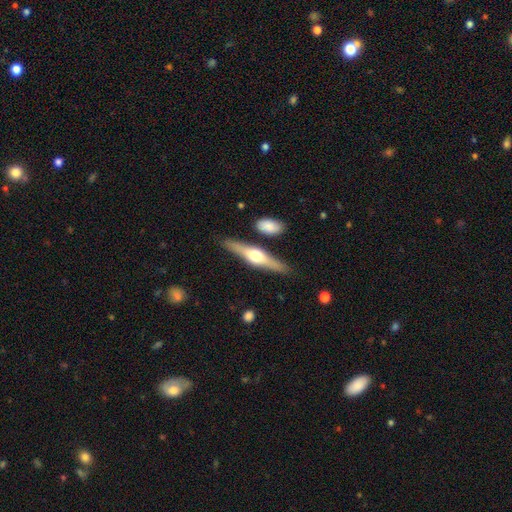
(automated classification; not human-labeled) Overall: featured or disk (65%; smooth 30%). Edge-on disk: yes (96%). Edge-on bulge: rounded (93%). Merging: none (85%).